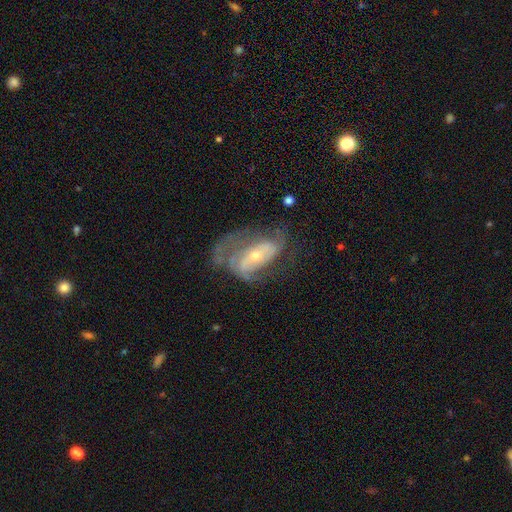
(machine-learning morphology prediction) The model was most divided on "merging": none: 40%, major disturbance: 34%, minor disturbance: 22%, merger: 3%. Remaining: edge-on disk — no (94%); spiral arms — yes (83%); smooth or featured — featured or disk (79%); bulge size — small (54%); bar — no (47%); spiral arm count — 2 (45%); spiral winding — medium (42%).